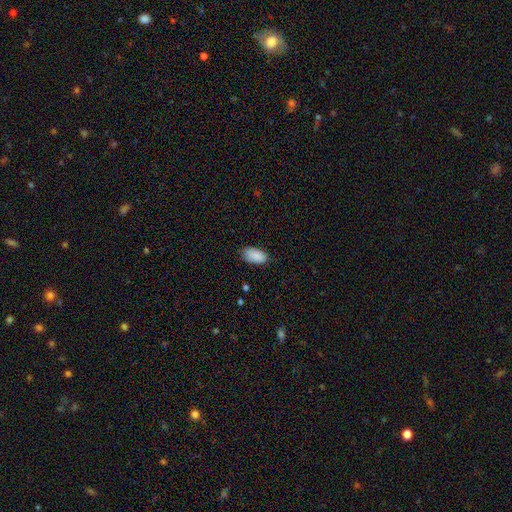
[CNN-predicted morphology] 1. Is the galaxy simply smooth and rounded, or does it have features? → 89% smooth, 7% star or artifact, 4% featured or disk.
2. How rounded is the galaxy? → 94% in between, 3% round, 3% cigar-shaped.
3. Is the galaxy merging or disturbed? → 79% none, 17% minor disturbance, 3% major disturbance, 1% merger.